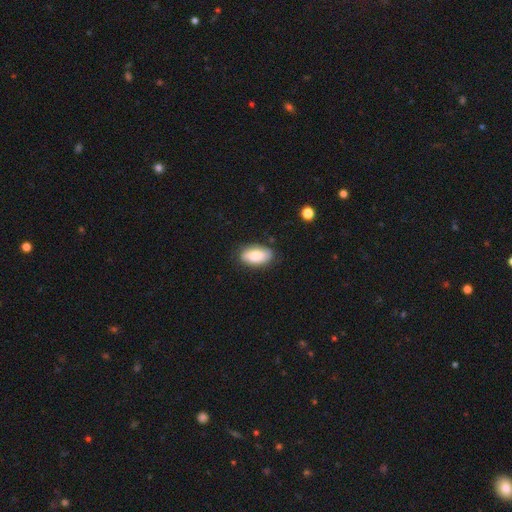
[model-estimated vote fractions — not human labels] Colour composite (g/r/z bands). It shows a smooth galaxy with no disk features (66%) that is in between round and cigar-shaped (93%). Merging: none (76%).